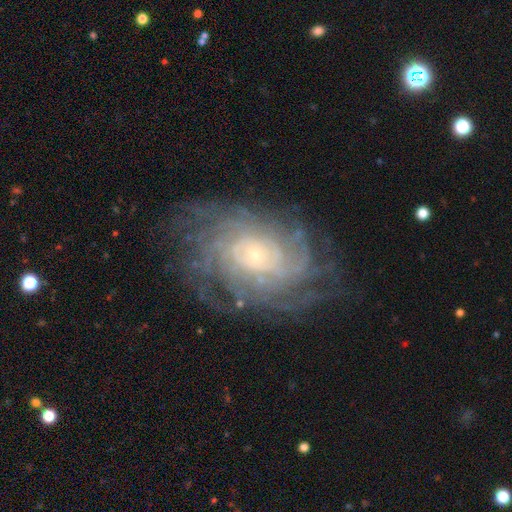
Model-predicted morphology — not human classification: smooth-or-featured: featured or disk: 84% | smooth: 8% | star or artifact: 7%
  disk-edge-on: no: 97% | yes: 3%
    bar: no: 76% | weak: 19% | strong: 5%
    has-spiral-arms: yes: 96% | no: 4%
      spiral-winding: tight: 74% | medium: 20% | loose: 6%
      spiral-arm-count: can't tell: 31% (tied) | more than 4: 31% (tied) | 4: 16% | 3: 8% | 2: 7% | 1: 6%
    bulge-size: small: 76% | moderate: 17% | large: 3% | none: 2% | dominant: 1%
  merging: none: 77% | minor disturbance: 14% | major disturbance: 7% | merger: 1%